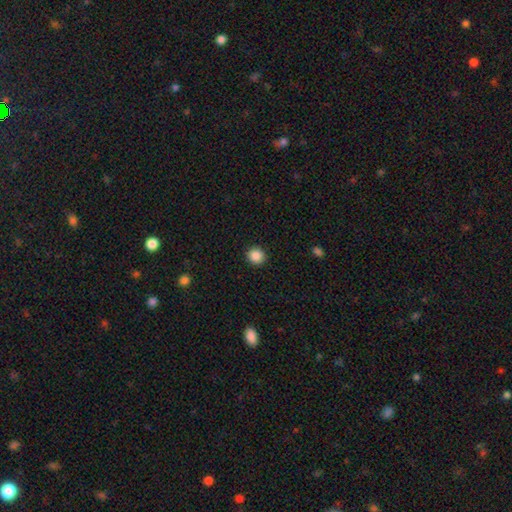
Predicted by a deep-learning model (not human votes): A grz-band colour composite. It shows a smooth galaxy with no disk features (87%) that is round (90%). Merging: none (92%).